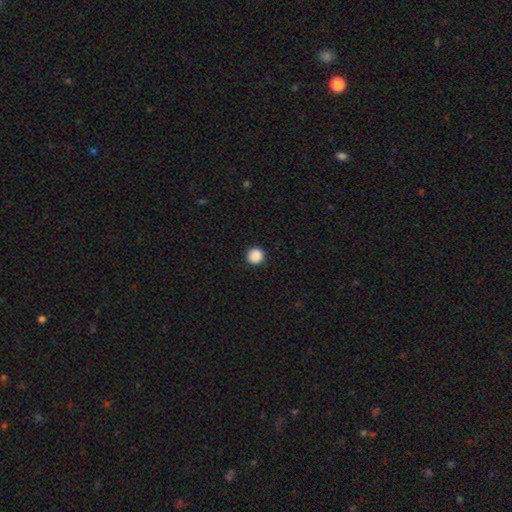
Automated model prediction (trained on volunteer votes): Smooth or featured?
  - smooth: 89% *
  - star or artifact: 9%
  - featured or disk: 2%
How rounded?
  - round: 96% *
  - in between: 3%
  - cigar-shaped: 1%
Merging?
  - none: 93% *
  - minor disturbance: 4%
  - major disturbance: 2%
  - merger: 1%